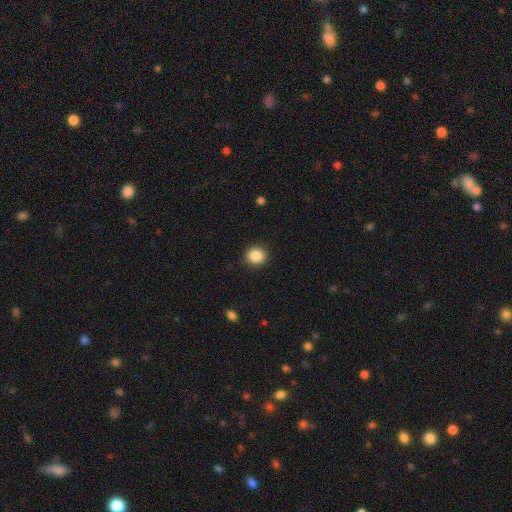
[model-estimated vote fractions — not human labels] Smooth or featured?
  - smooth: 87% *
  - star or artifact: 9%
  - featured or disk: 4%
How rounded?
  - round: 86% *
  - in between: 13%
  - cigar-shaped: 1%
Merging?
  - none: 91% *
  - minor disturbance: 6%
  - major disturbance: 2%
  - merger: 1%